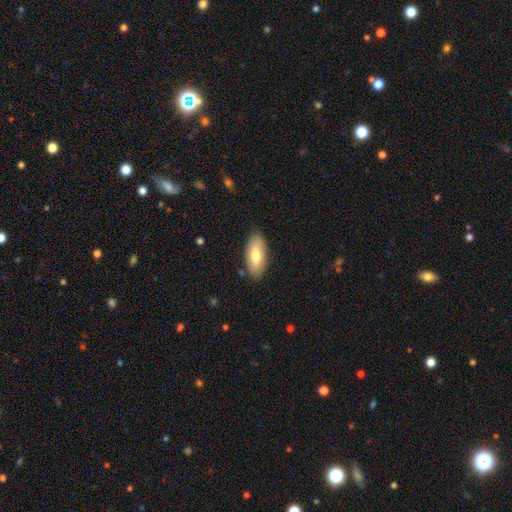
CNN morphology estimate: Smooth or featured?
  - smooth: 71% *
  - featured or disk: 23%
  - star or artifact: 6%
How rounded?
  - in between: 87% *
  - cigar-shaped: 11%
  - round: 2%
Merging?
  - none: 84% *
  - minor disturbance: 12%
  - major disturbance: 2%
  - merger: 1%